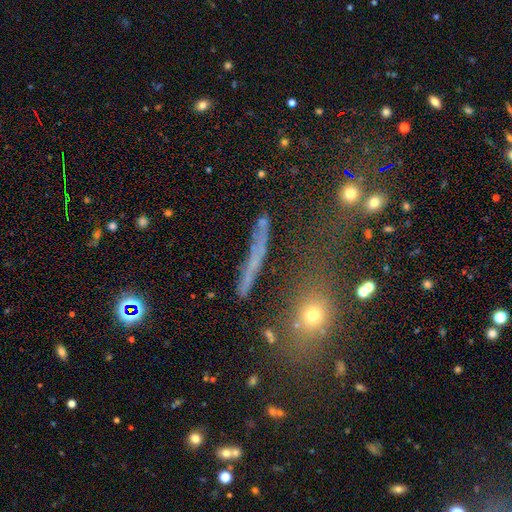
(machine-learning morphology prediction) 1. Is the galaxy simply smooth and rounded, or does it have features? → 41% smooth, 32% star or artifact, 27% featured or disk.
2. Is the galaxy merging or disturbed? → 75% none, 12% minor disturbance, 7% merger, 6% major disturbance.